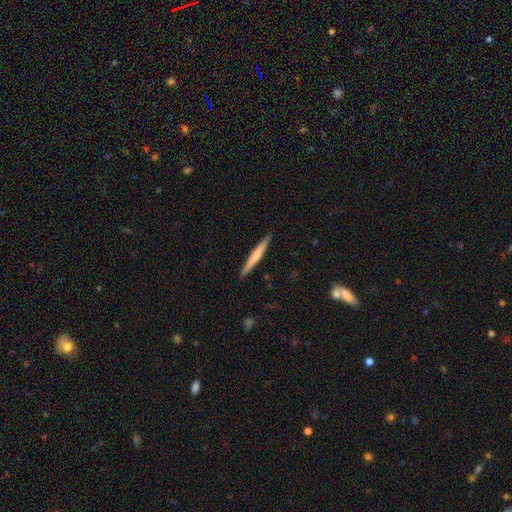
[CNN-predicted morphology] The model was most divided on "smooth or featured": smooth: 57%, featured or disk: 38%, star or artifact: 5%. More confident: how rounded — cigar-shaped (96%); merging — none (91%).